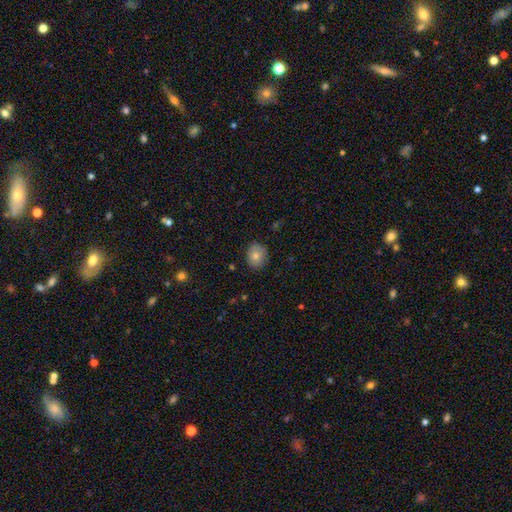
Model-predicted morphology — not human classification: smooth 77%, featured or disk 13%, star or artifact 10%. Down the decision tree: how rounded — round (67%); merging — none (86%).